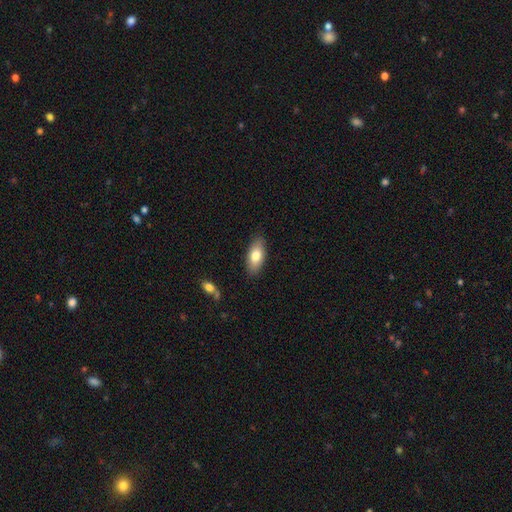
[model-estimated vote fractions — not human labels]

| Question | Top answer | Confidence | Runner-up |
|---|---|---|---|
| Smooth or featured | smooth | 77% | featured or disk (17%) |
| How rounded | in between | 87% | cigar-shaped (10%) |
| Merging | none | 86% | minor disturbance (10%) |